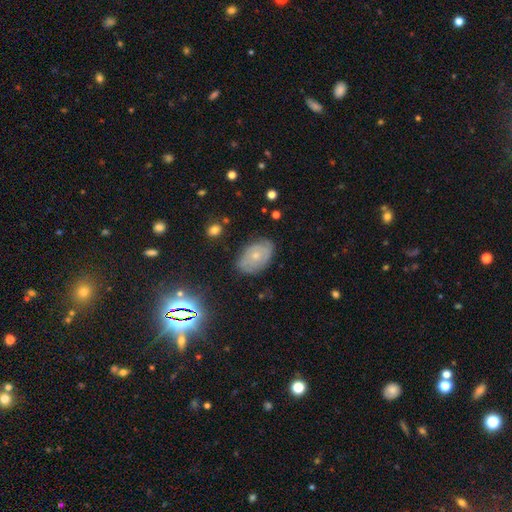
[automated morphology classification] This appears to be a featured or disk galaxy (51%). Merging: none (75%).